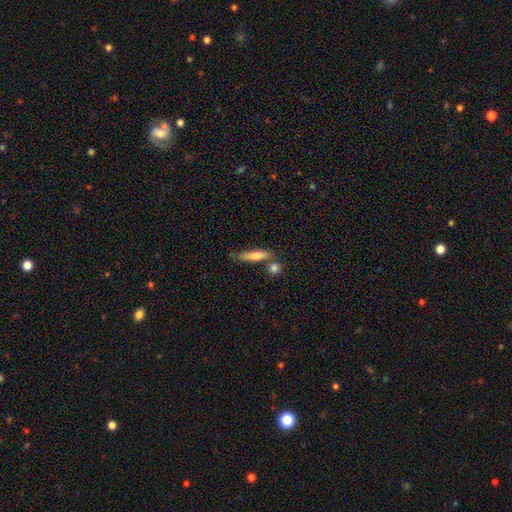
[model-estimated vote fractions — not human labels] This appears to be a smooth galaxy with no disk features (68%) that is cigar-shaped (79%). Merging: none (60%).